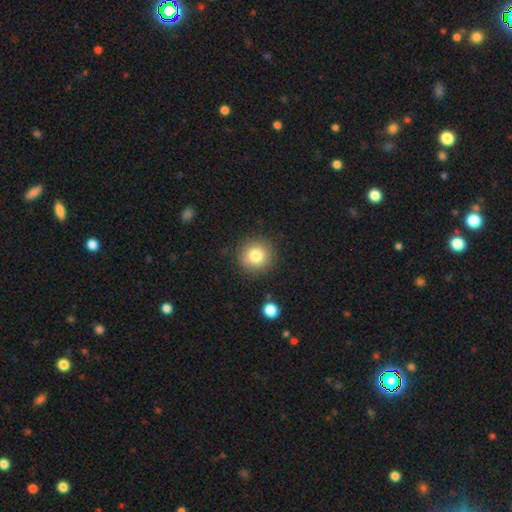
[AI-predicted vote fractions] smooth-or-featured: smooth: 80% | star or artifact: 11% | featured or disk: 9%
  how-rounded: round: 93% | in between: 6% | cigar-shaped: 1%
  merging: none: 88% | minor disturbance: 8% | major disturbance: 3% | merger: 2%